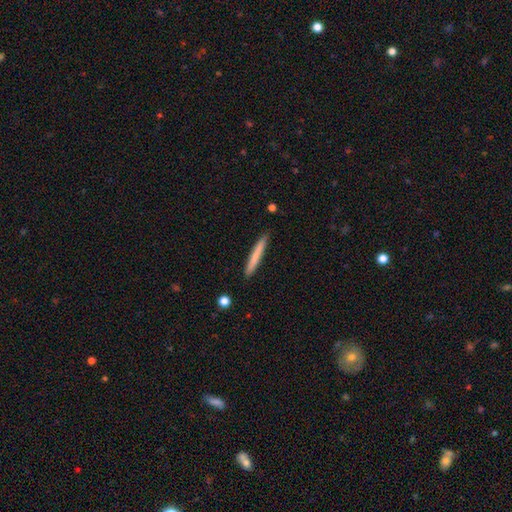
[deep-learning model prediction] smooth_or_featured: smooth (p=0.73) [alt: featured or disk p=0.21]
how_rounded: cigar-shaped (p=0.96) [alt: in between p=0.02]
merging: none (p=0.91) [alt: minor disturbance p=0.07]